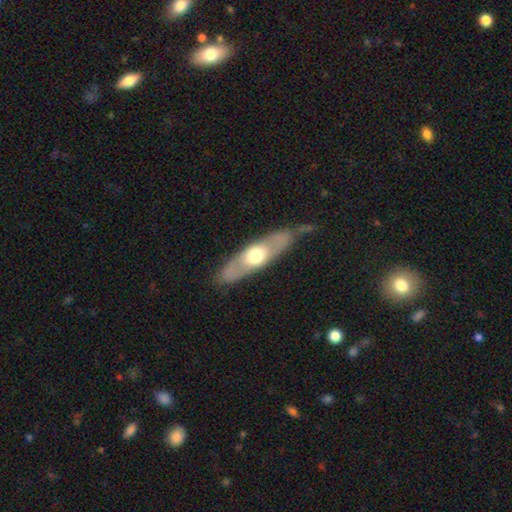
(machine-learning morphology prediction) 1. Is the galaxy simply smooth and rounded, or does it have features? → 54% featured or disk, 41% smooth, 5% star or artifact.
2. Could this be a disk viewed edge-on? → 54% no, 46% yes.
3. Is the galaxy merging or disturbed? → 77% none, 15% minor disturbance, 5% major disturbance, 2% merger.